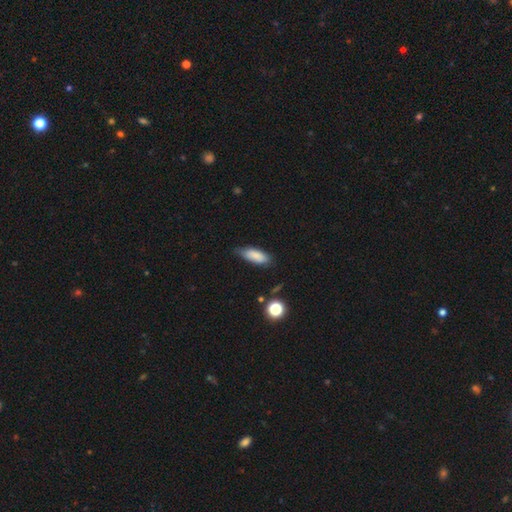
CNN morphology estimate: A smooth galaxy with no disk features (84%) that is in between round and cigar-shaped (72%).

Vote fractions:
- Smooth or featured? smooth: 84% / featured or disk: 9% / star or artifact: 8%
- How rounded? in between: 72% / cigar-shaped: 26% / round: 2%
- Merging? none: 68% / minor disturbance: 26% / major disturbance: 4% / merger: 2%